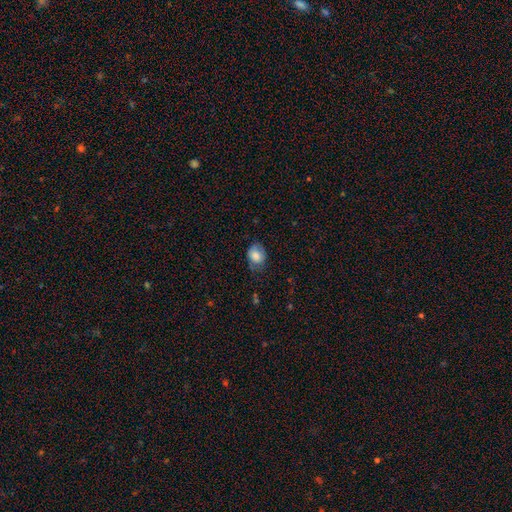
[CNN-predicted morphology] Smooth or featured? Predicted: smooth (p=0.79). How rounded? Predicted: in between (p=0.61). Merging? Predicted: none (p=0.58).